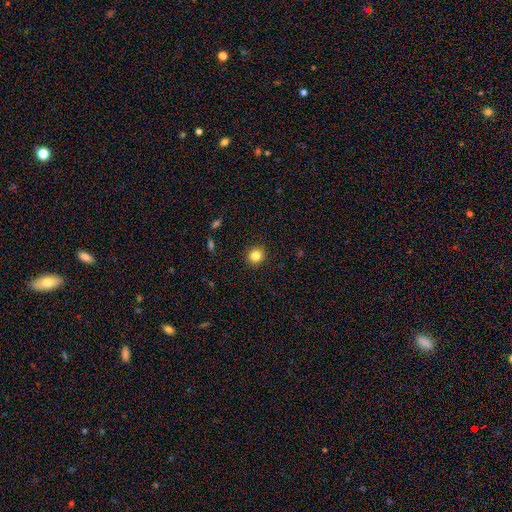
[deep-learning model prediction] Smooth or featured: smooth — 84% (star or artifact — 11%)
How rounded: round — 89% (in between — 10%)
Merging: none — 92% (minor disturbance — 5%)